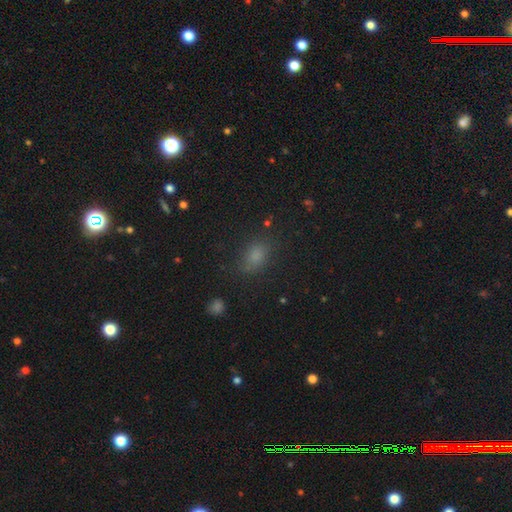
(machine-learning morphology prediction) This is likely a smooth galaxy (74%). How rounded: likely in between (76%). Merging: likely none (74%).